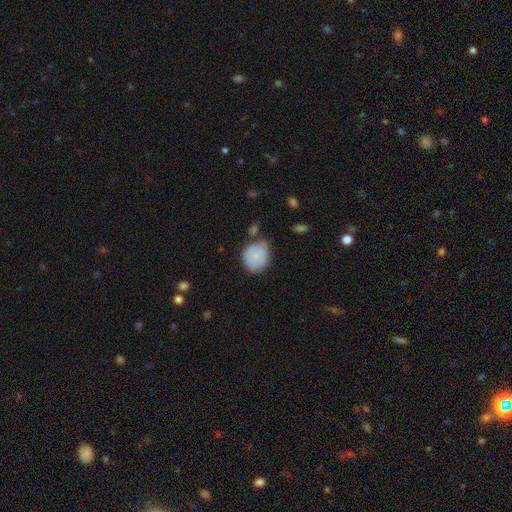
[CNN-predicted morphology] Smooth or featured: smooth — 81% (featured or disk — 12%)
How rounded: round — 68% (in between — 31%)
Merging: none — 59% (minor disturbance — 27%)